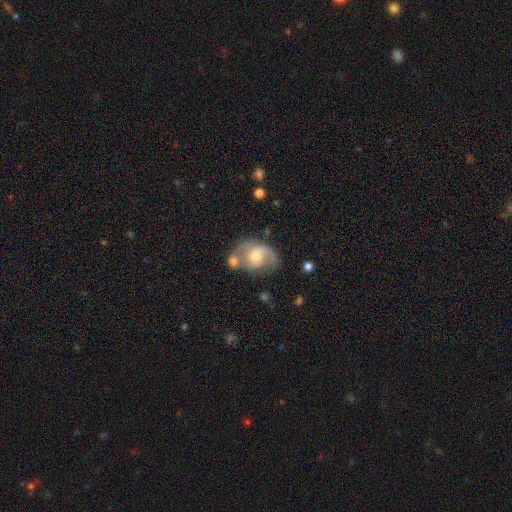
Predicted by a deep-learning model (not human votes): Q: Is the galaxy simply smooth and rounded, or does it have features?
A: featured or disk — 64%.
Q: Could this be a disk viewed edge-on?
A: no — 96%.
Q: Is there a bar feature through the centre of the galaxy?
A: no — 59%.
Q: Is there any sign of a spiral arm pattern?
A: yes — 77%.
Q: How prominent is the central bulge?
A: moderate — 60%.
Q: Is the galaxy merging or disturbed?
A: none — 43%.